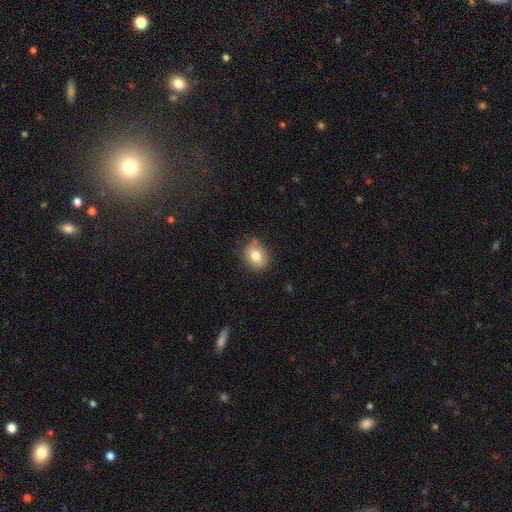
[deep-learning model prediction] The model was most divided on "how rounded": round: 60%, in between: 39%, cigar-shaped: 1%. More confident: merging — none (80%); smooth or featured — smooth (79%).